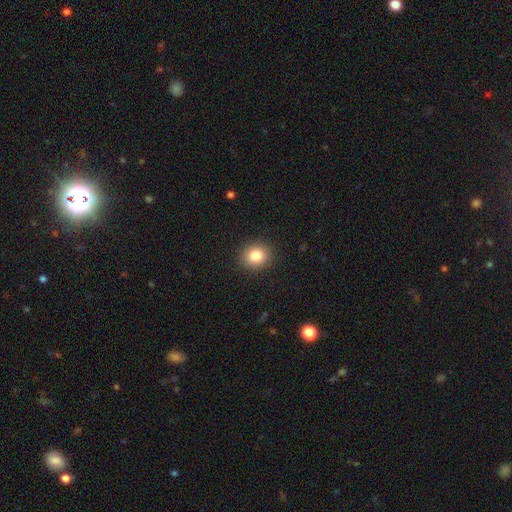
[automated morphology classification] Q: Smooth or featured?
A: smooth (85%); runner-up: star or artifact (10%)
Q: How rounded?
A: round (74%); runner-up: in between (25%)
Q: Merging?
A: none (90%); runner-up: minor disturbance (7%)